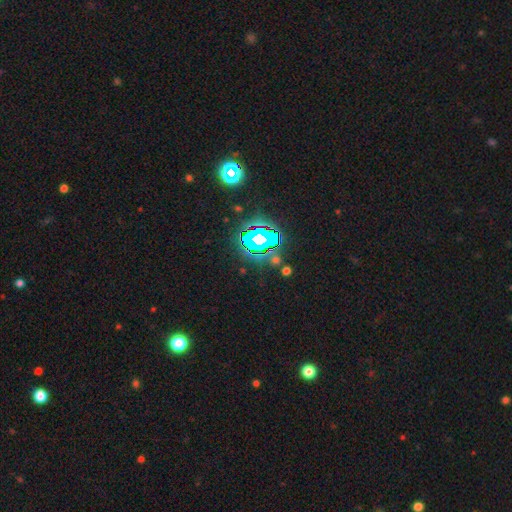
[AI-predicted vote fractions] The model was most divided on "smooth or featured": star or artifact: 82%, smooth: 11%, featured or disk: 7%.